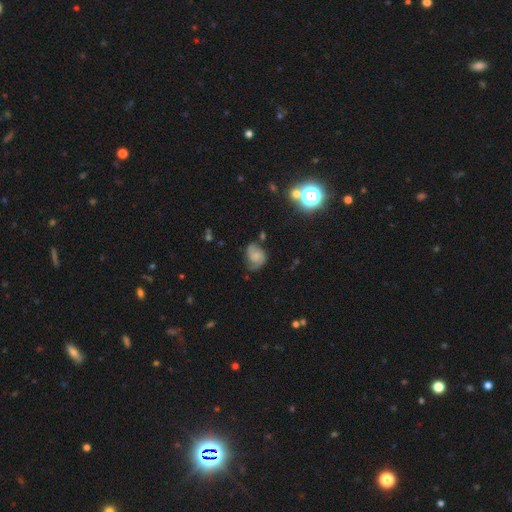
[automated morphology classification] A featured or disk galaxy (60%) with no bar (64%), 2 (76%) medium (45%) spiral arms (91%) and no central bulge (36%). Merging: none (58%).